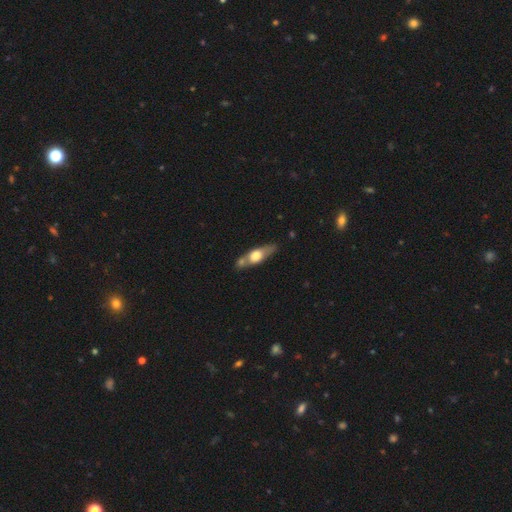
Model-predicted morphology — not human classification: A smooth galaxy with no disk features (47%, tied with featured or disk). Merging: none (55%).